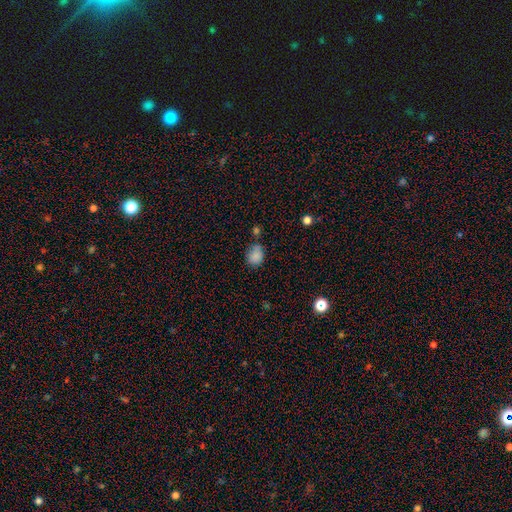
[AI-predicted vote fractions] smooth 83%, star or artifact 11%, featured or disk 6%. Down the decision tree: how rounded — round (58%); merging — none (56%).